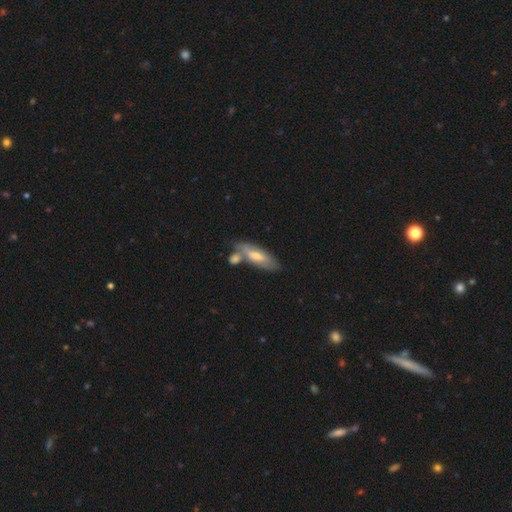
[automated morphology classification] Overall: smooth (48%; featured or disk 45%). Merging: none (52%; merger 26%).